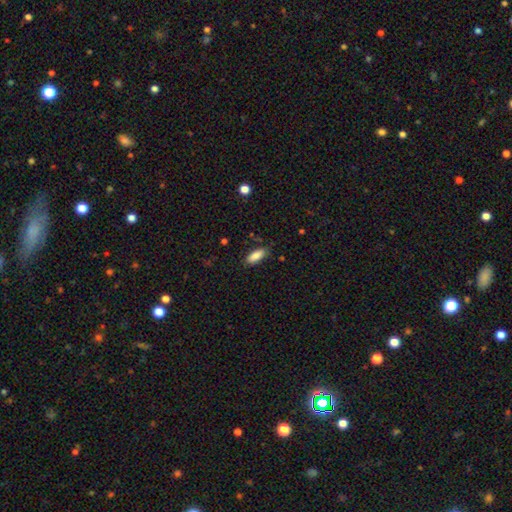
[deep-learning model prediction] smooth-or-featured: smooth: 87% | star or artifact: 7% | featured or disk: 6%
  how-rounded: in between: 78% | cigar-shaped: 20% | round: 2%
  merging: none: 81% | minor disturbance: 15% | major disturbance: 3% | merger: 2%